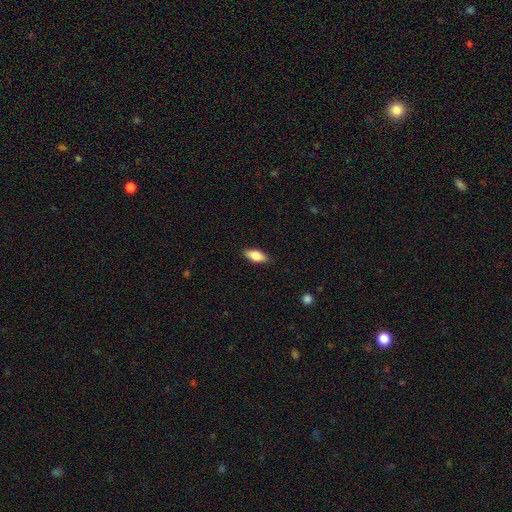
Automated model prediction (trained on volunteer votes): smooth_or_featured: smooth (p=0.76) [alt: featured or disk p=0.17]
how_rounded: in between (p=0.82) [alt: cigar-shaped p=0.15]
merging: none (p=0.88) [alt: minor disturbance p=0.09]